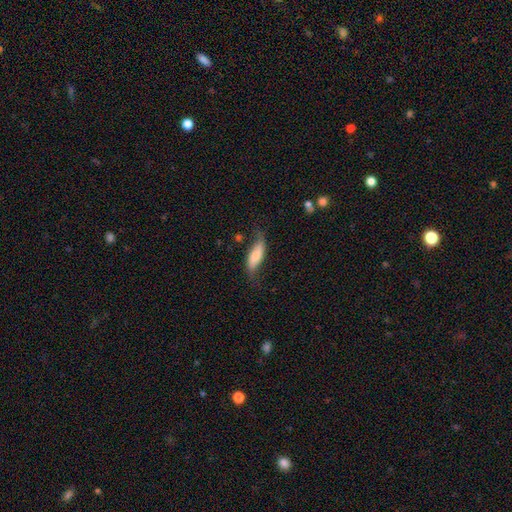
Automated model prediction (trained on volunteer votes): Smooth or featured?
  - smooth: 55% *
  - featured or disk: 38%
  - star or artifact: 7%
How rounded?
  - in between: 64% *
  - cigar-shaped: 34%
  - round: 3%
Merging?
  - none: 52% *
  - minor disturbance: 31%
  - major disturbance: 13%
  - merger: 3%